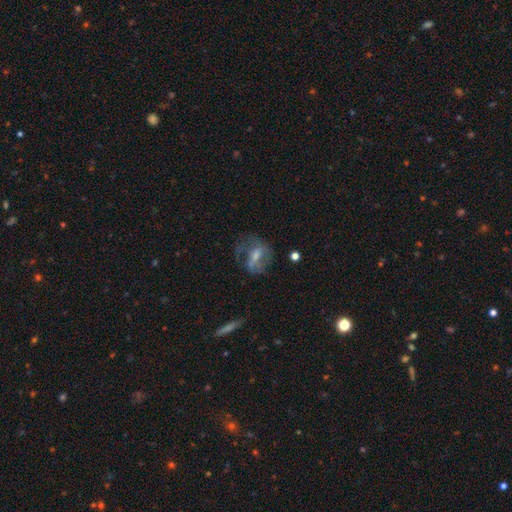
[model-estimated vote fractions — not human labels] Q: Smooth or featured?
A: featured or disk (55%); runner-up: smooth (34%)
Q: Edge-on disk?
A: no (95%); runner-up: yes (5%)
Q: Bar?
A: weak (43%); runner-up: no (37%)
Q: Spiral arms?
A: yes (55%); runner-up: no (45%)
Q: Bulge size?
A: moderate (38%); runner-up: small (30%)
Q: Merging?
A: none (40%); runner-up: major disturbance (35%)